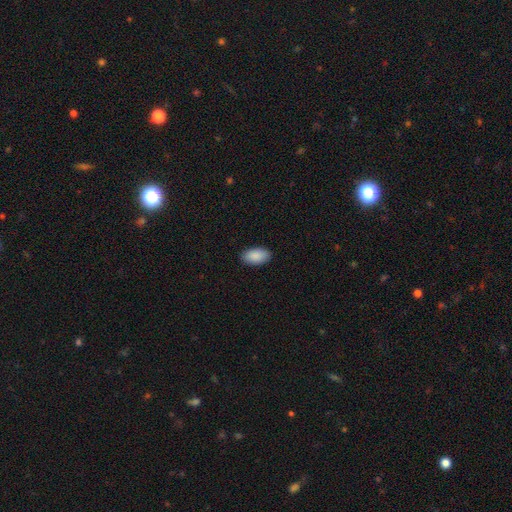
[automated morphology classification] Smooth or featured: smooth — 91% (star or artifact — 6%)
How rounded: in between — 95% (round — 3%)
Merging: none — 90% (minor disturbance — 8%)